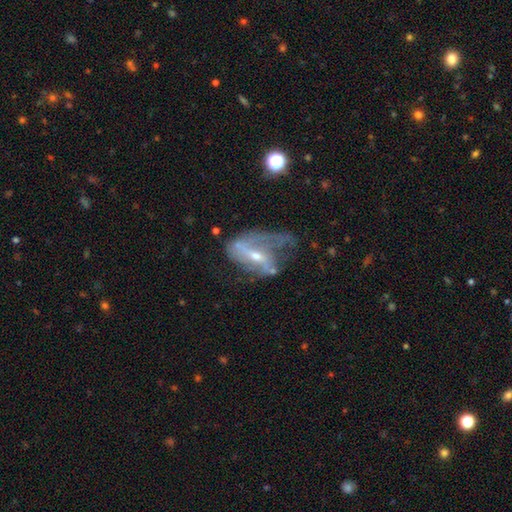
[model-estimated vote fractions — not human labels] A featured or disk galaxy (78%) with a weak bar (38%), 2 (62%) loose (55%) spiral arms (80%) and a small central bulge (54%).

Vote fractions:
- Smooth or featured? featured or disk: 78% / smooth: 13% / star or artifact: 8%
- Edge-on disk? no: 92% / yes: 8%
- Bar? weak: 38% / strong: 36% / no: 26%
- Spiral arms? yes: 80% / no: 20%
- Spiral winding? loose: 55% / medium: 31% / tight: 14%
- Spiral arm count? 2: 62% / can't tell: 16% / 1: 15% / 3: 3% / 4: 1% / more than 4: 1%
- Bulge size? small: 54% / moderate: 42% / none: 2% / large: 2% / dominant: 1%
- Merging? none: 35% / major disturbance: 33% / minor disturbance: 28% / merger: 5%